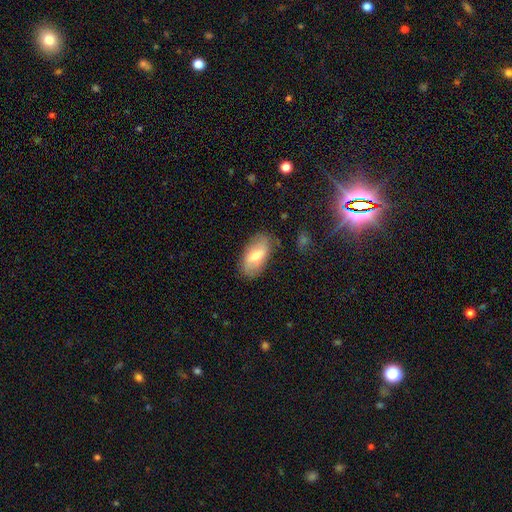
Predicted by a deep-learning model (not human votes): This appears to be a smooth galaxy with no disk features (59%) that is in between round and cigar-shaped (92%). Merging: none (81%).